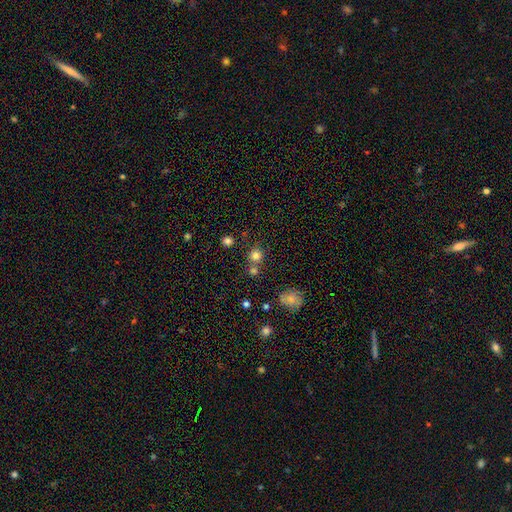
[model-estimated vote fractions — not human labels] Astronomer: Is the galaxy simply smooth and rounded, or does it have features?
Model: smooth — 79%.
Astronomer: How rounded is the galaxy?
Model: round — 89%.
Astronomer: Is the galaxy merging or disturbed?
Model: none — 65%.